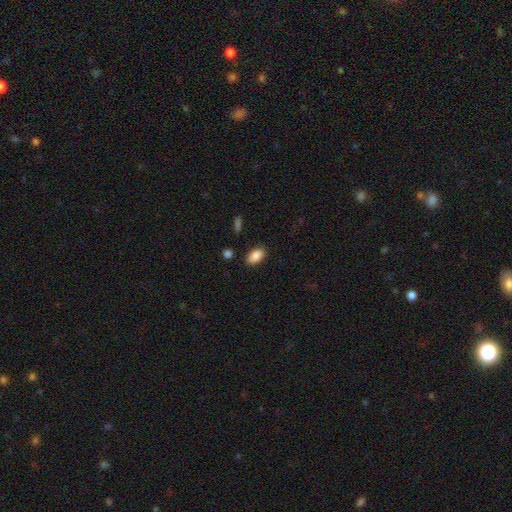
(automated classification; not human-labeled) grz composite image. It shows a smooth galaxy with no disk features (88%) that is in between round and cigar-shaped (92%). Merging: none (86%).